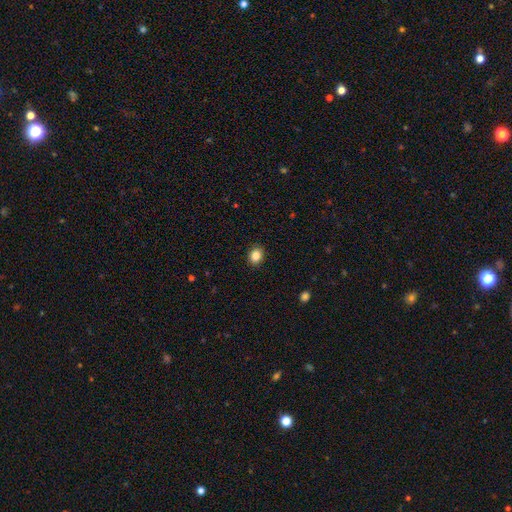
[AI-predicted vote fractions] smooth-or-featured: smooth: 86% | star or artifact: 10% | featured or disk: 4%
  how-rounded: round: 58% | in between: 41% | cigar-shaped: 1%
  merging: none: 91% | minor disturbance: 6% | major disturbance: 2% | merger: 1%